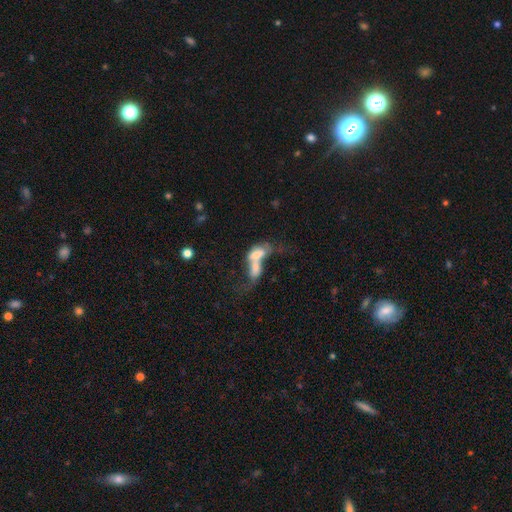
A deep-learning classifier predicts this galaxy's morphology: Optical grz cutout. It shows a smooth galaxy with no disk features (53%) that is in between round and cigar-shaped (78%). Merging: merger (76%).